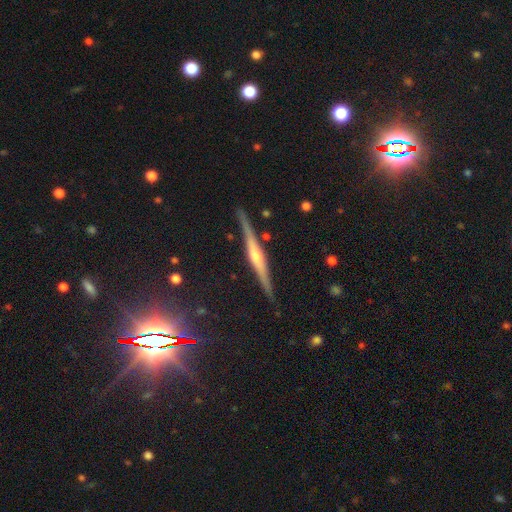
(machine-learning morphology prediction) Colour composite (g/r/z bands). It shows a featured or disk galaxy (80%) viewed edge-on (98%) with a rounded central bulge (74%). Merging: none (89%).